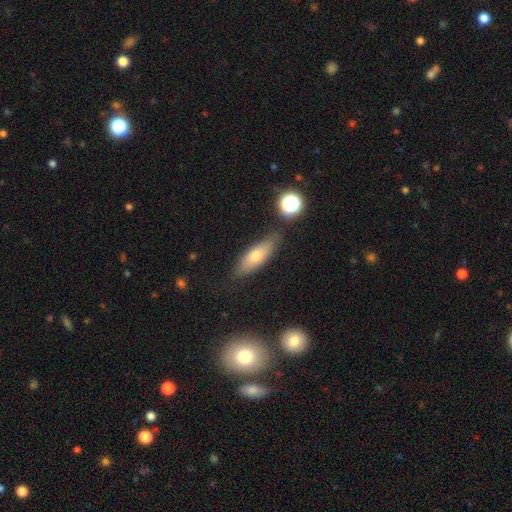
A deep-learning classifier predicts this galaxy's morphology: smooth 66%, featured or disk 25%, star or artifact 9%. Down the decision tree: how rounded — in between (51%); merging — none (79%).